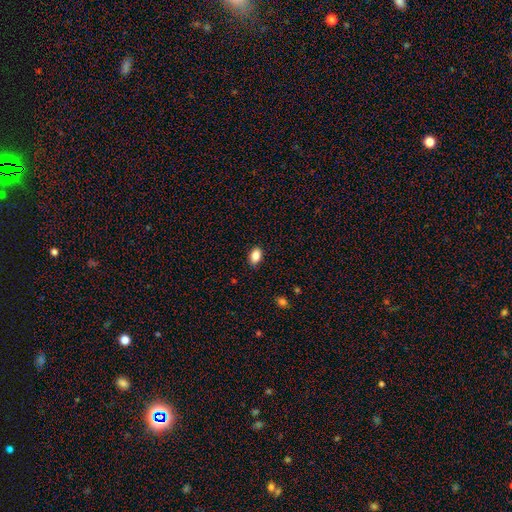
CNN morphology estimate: Overall: smooth (87%). How rounded: in between (87%). Merging: none (87%).